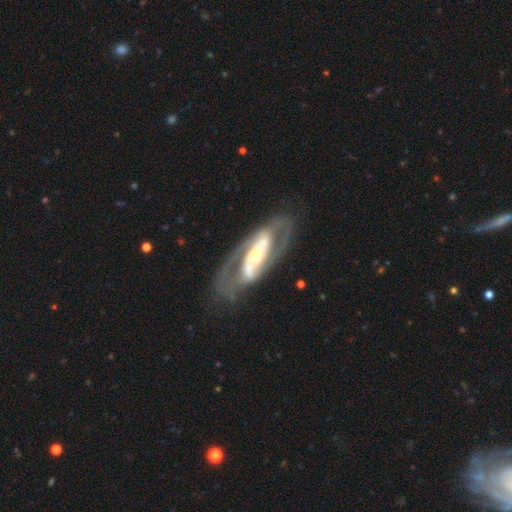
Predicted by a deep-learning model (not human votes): featured or disk 86%, smooth 9%, star or artifact 5%. Down the decision tree: edge-on disk — no (91%); bar — strong (51%); spiral arms — yes (84%); spiral arm count — 2 (86%); spiral winding — medium (48%); bulge size — moderate (52%); merging — none (76%).